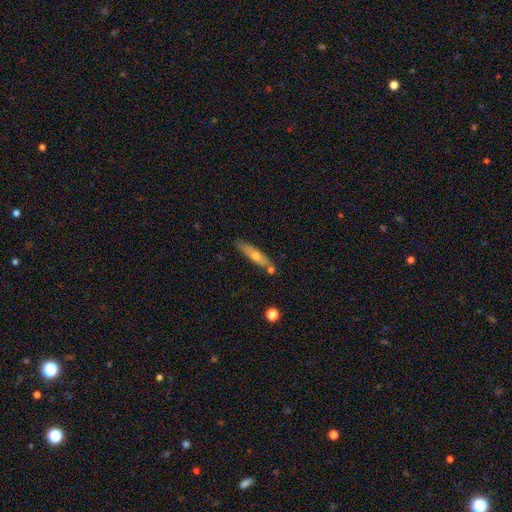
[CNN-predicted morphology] Smooth or featured: smooth — 54% (featured or disk — 39%)
How rounded: cigar-shaped — 74% (in between — 23%)
Merging: none — 73% (minor disturbance — 15%)